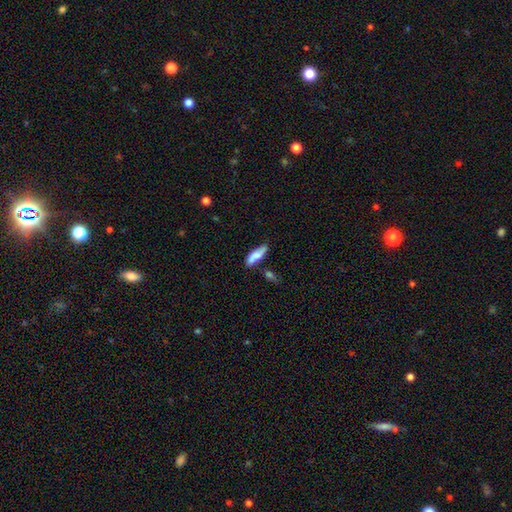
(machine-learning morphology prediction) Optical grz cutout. It shows a smooth galaxy with no disk features (71%) that is cigar-shaped (50%). Merging: none (61%).